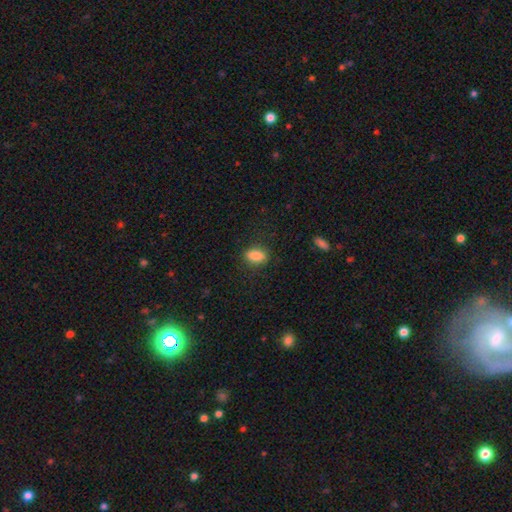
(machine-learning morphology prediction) A smooth galaxy with no disk features (85%) that is in between round and cigar-shaped (83%). Merging: none (83%).